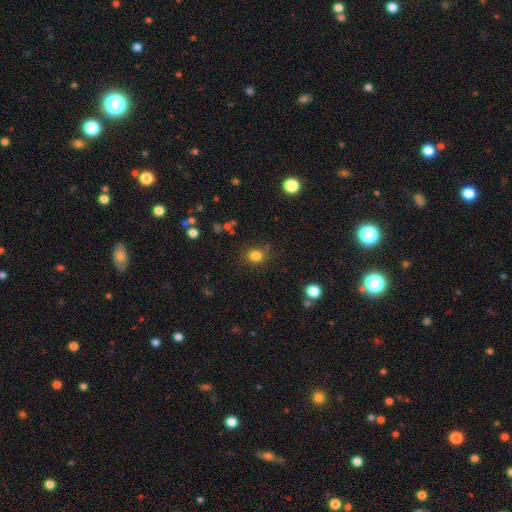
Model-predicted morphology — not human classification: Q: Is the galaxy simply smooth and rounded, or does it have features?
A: smooth — 82%.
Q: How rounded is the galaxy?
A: round — 78%.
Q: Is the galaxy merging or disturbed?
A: none — 81%.